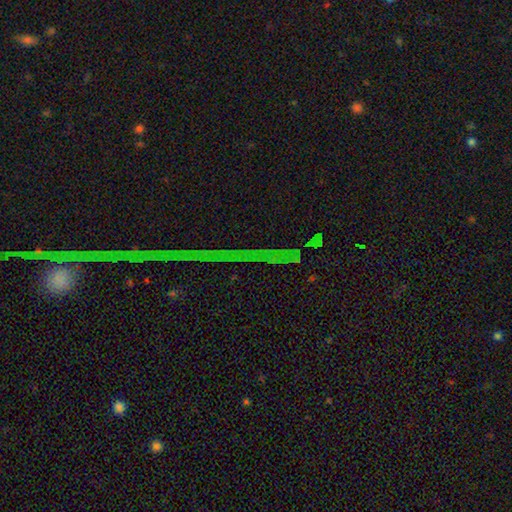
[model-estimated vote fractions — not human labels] Morphology: type=star or artifact (82%).